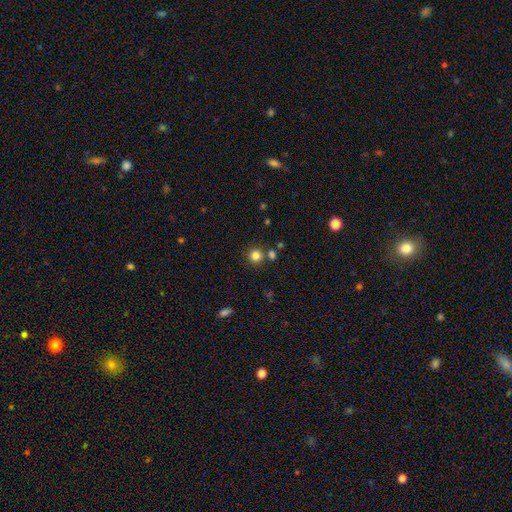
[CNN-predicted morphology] Smooth or featured? smooth (82%)
How rounded? round (93%)
Merging? none (78%)